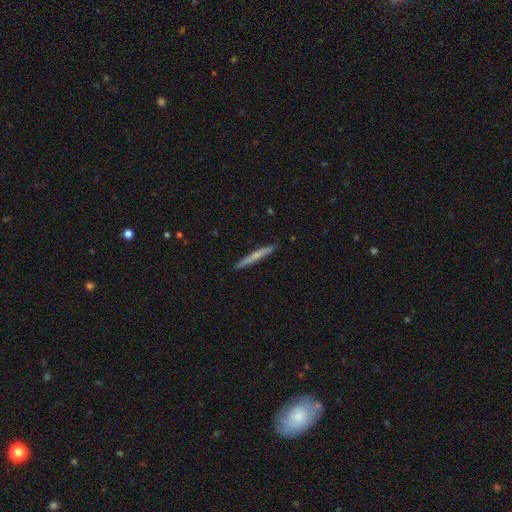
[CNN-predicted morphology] A smooth galaxy with no disk features (51%) that is cigar-shaped (96%). Merging: none (92%).